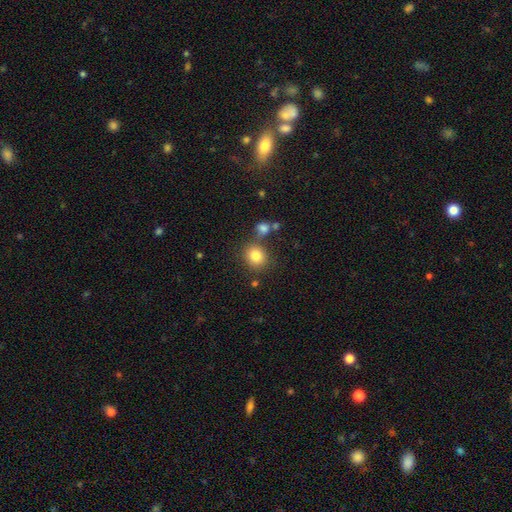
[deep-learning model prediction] Overall: smooth (82%). How rounded: round (79%). Merging: none (73%).